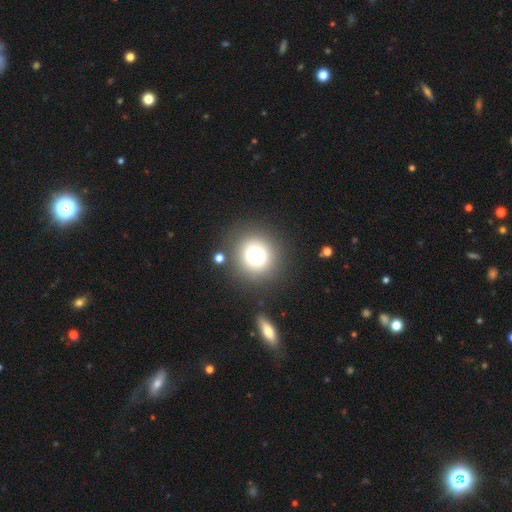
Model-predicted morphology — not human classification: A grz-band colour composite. It shows a smooth galaxy with no disk features (72%) that is round (92%). Merging: none (82%).